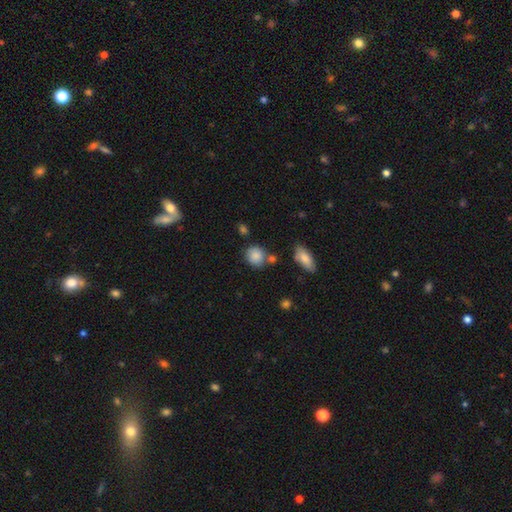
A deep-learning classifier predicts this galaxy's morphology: smooth 85%, star or artifact 8%, featured or disk 7%. Down the decision tree: how rounded — round (75%); merging — none (64%).